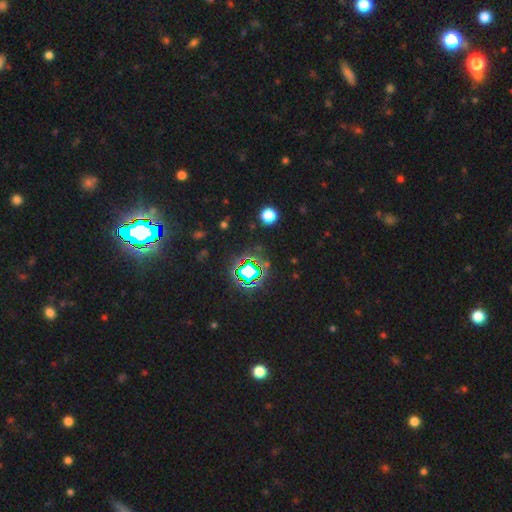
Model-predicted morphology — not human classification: type=star or artifact (81%).